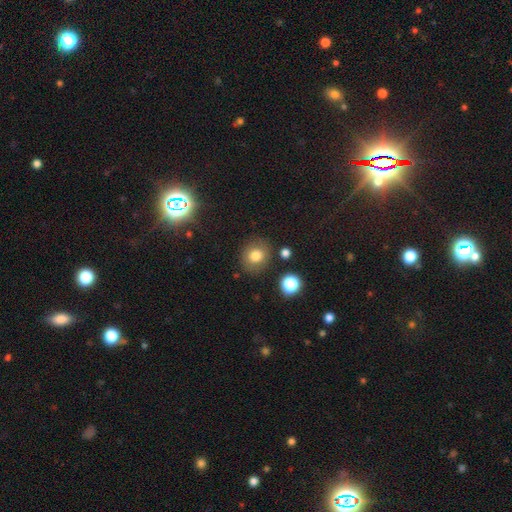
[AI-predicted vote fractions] A smooth galaxy with no disk features (78%) that is round (79%).

Vote fractions:
- Smooth or featured? smooth: 78% / star or artifact: 12% / featured or disk: 10%
- How rounded? round: 79% / in between: 20% / cigar-shaped: 1%
- Merging? none: 82% / minor disturbance: 11% / major disturbance: 4% / merger: 3%